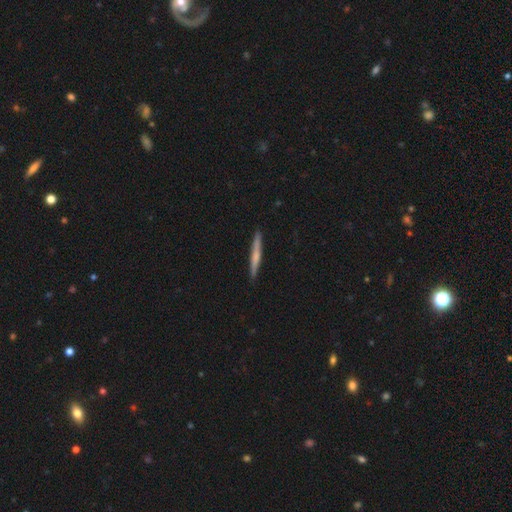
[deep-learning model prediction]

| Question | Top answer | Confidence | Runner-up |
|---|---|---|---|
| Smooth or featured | smooth | 53% | featured or disk (41%) |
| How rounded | cigar-shaped | 96% | in between (3%) |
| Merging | none | 91% | minor disturbance (7%) |